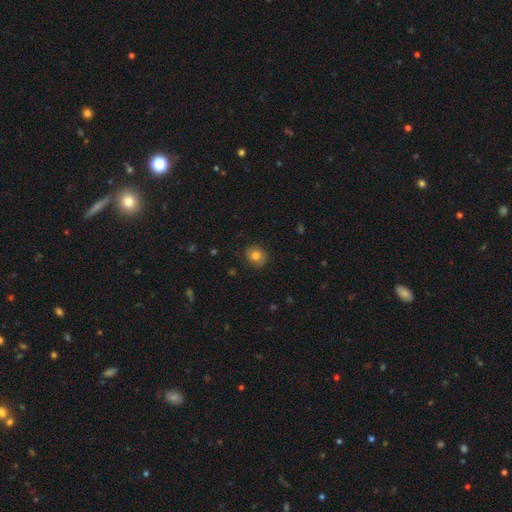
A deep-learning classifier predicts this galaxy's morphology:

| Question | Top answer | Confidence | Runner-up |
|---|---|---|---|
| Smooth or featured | smooth | 79% | featured or disk (12%) |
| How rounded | round | 73% | in between (26%) |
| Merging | none | 84% | minor disturbance (12%) |